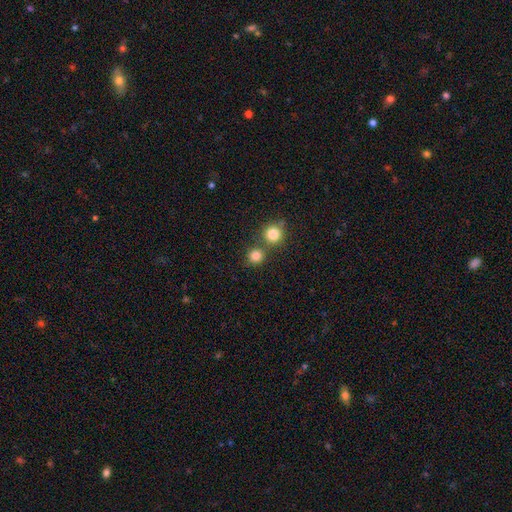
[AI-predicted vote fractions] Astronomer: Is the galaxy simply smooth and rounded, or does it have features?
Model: smooth — 83%.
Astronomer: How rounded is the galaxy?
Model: round — 90%.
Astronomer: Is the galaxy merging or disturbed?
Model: none — 66%.